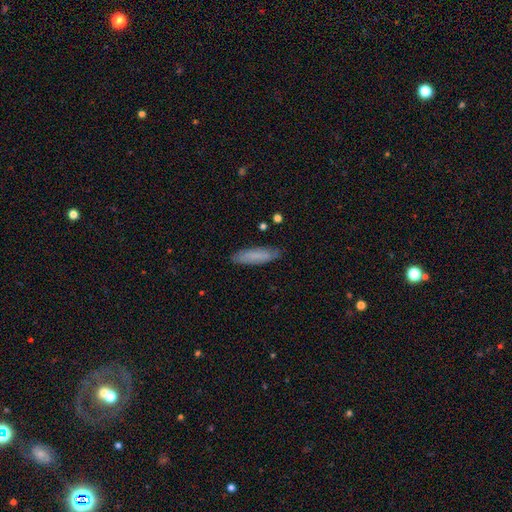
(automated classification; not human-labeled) This appears to be a smooth galaxy with no disk features (78%) that is cigar-shaped (71%). Merging: none (84%).